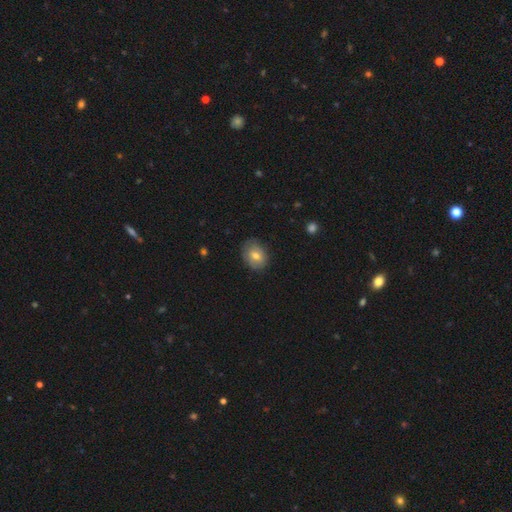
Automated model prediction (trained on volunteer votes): This appears to be a smooth galaxy with no disk features (72%) that is in between round and cigar-shaped (62%). Merging: none (75%).